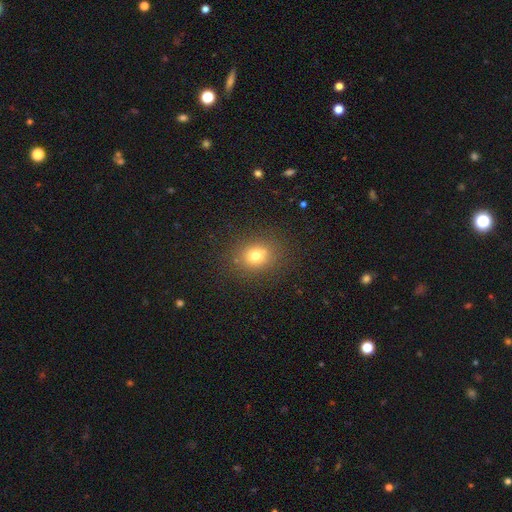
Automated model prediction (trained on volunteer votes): The model was most divided on "how rounded": round: 65%, in between: 34%, cigar-shaped: 1%. More confident: merging — none (84%); smooth or featured — smooth (74%).